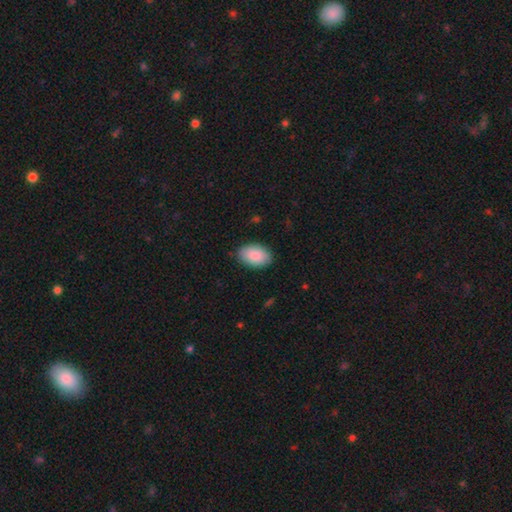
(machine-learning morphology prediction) smooth_or_featured: smooth (p=0.89) [alt: star or artifact p=0.06]
how_rounded: in between (p=0.92) [alt: round p=0.07]
merging: none (p=0.85) [alt: minor disturbance p=0.11]